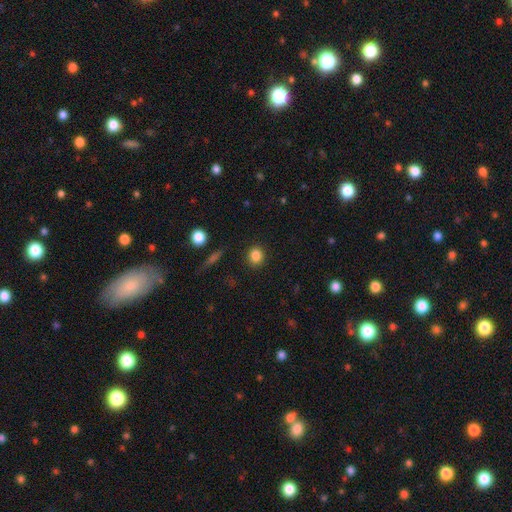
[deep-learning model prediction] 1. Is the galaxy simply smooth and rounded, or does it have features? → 85% smooth, 10% star or artifact, 4% featured or disk.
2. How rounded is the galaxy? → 79% round, 19% in between, 1% cigar-shaped.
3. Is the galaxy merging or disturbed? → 89% none, 7% minor disturbance, 2% major disturbance, 1% merger.